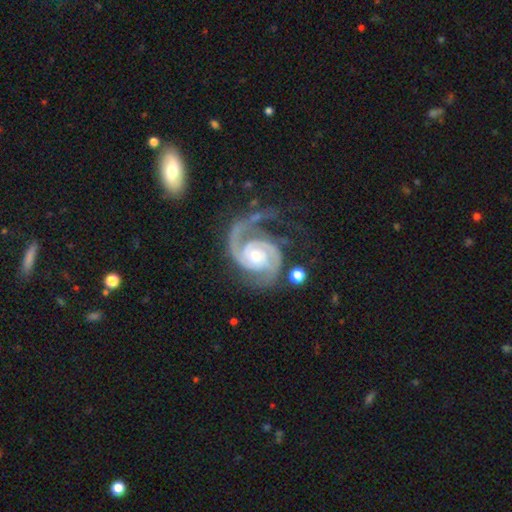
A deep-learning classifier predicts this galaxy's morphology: type=featured or disk (93%); edge-on=no (98%); bar=no (64%); spiral arms=yes (98%); winding=tight (46%); arm count=2 (80%); bulge=moderate (55%); merging=none (49%).